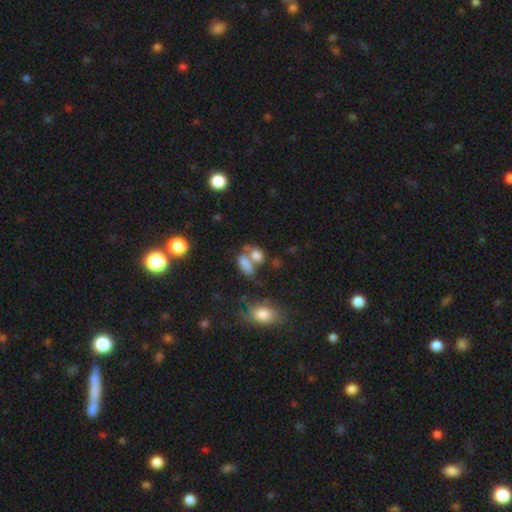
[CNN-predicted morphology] Overall: smooth (76%). How rounded: in between (70%). Merging: merger (49%; none 33%).